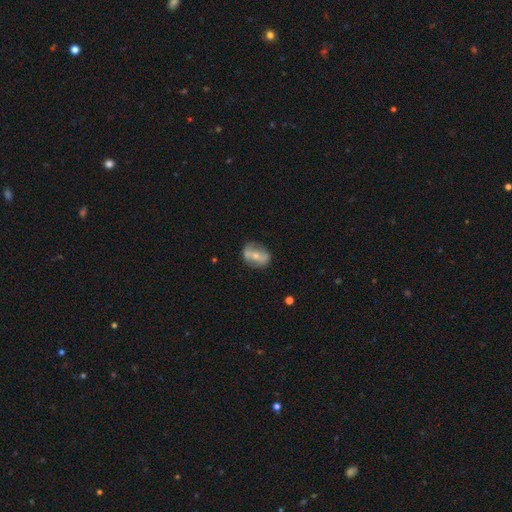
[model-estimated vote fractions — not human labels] The model was most divided on "smooth or featured": featured or disk: 55%, smooth: 38%, star or artifact: 7%. More confident: edge-on disk — no (90%); merging — none (71%).